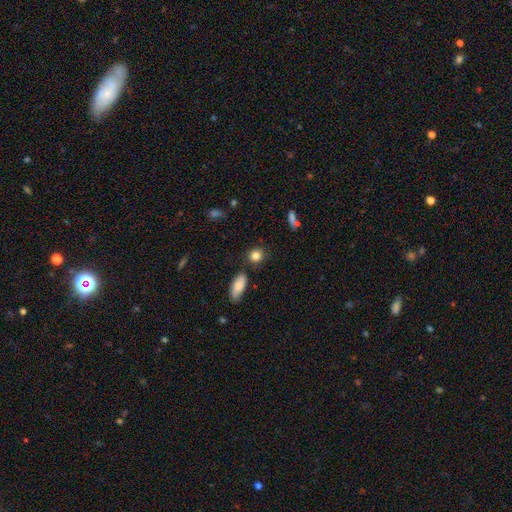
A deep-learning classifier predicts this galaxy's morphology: This is clearly a smooth galaxy (85%). How rounded: likely round (74%). Merging: likely none (79%).